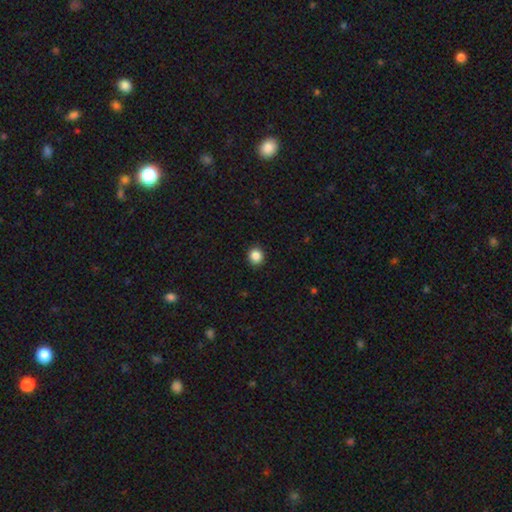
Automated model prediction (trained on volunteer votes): smooth 87%, star or artifact 10%, featured or disk 3%. Down the decision tree: how rounded — round (87%); merging — none (92%).